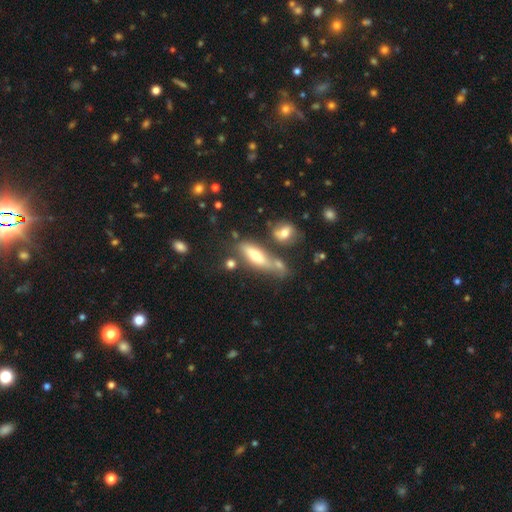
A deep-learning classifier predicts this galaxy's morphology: Q: Smooth or featured?
A: smooth (56%); runner-up: featured or disk (35%)
Q: How rounded?
A: in between (48%); tied with: cigar-shaped (48%)
Q: Merging?
A: none (52%); runner-up: merger (24%)